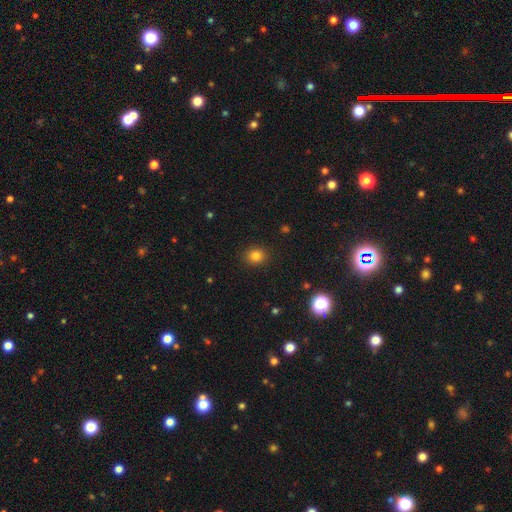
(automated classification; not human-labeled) This appears to be a smooth galaxy with no disk features (82%) that is round (75%). Merging: none (90%).